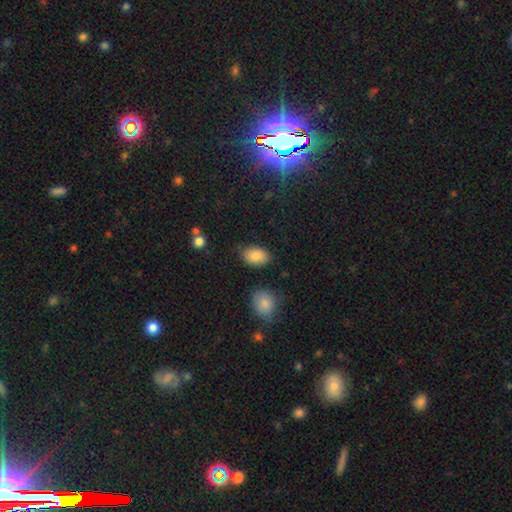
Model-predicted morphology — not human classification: type=smooth (86%); roundness=in between (87%); merging=none (79%).